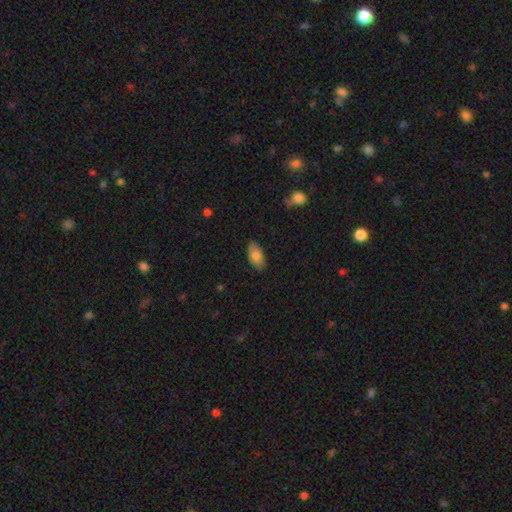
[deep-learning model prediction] Smooth or featured? smooth (80%)
How rounded? in between (93%)
Merging? none (84%)